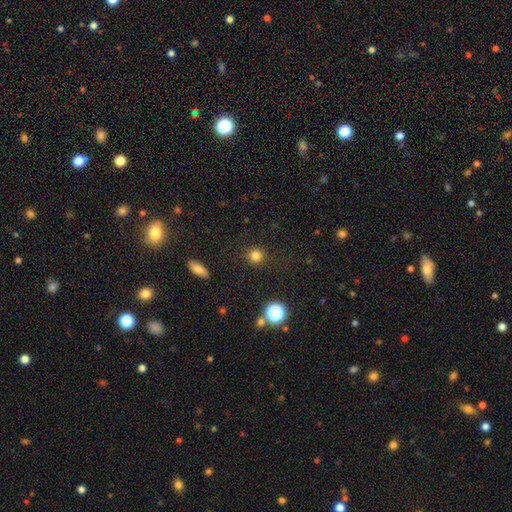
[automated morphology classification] smooth 81%, star or artifact 14%, featured or disk 5%. Down the decision tree: how rounded — round (93%); merging — none (89%).